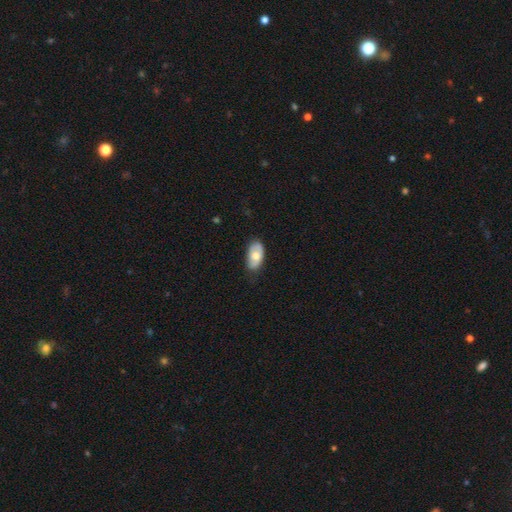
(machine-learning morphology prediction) Smooth or featured: smooth — 65% (featured or disk — 29%)
How rounded: in between — 93% (round — 4%)
Merging: none — 74% (minor disturbance — 22%)